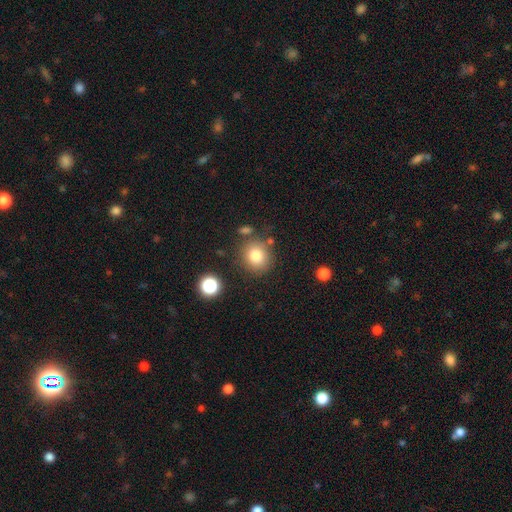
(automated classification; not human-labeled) Overall: smooth (81%). How rounded: round (87%). Merging: none (79%).